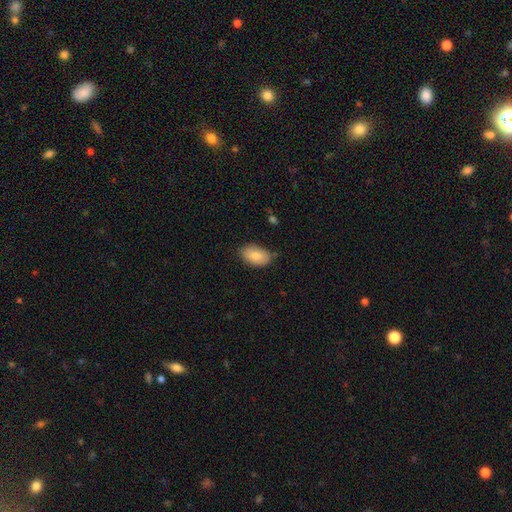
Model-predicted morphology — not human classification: smooth-or-featured: smooth: 86% | featured or disk: 7% | star or artifact: 7%
  how-rounded: in between: 93% | round: 6% | cigar-shaped: 1%
  merging: none: 72% | minor disturbance: 22% | major disturbance: 4% | merger: 2%